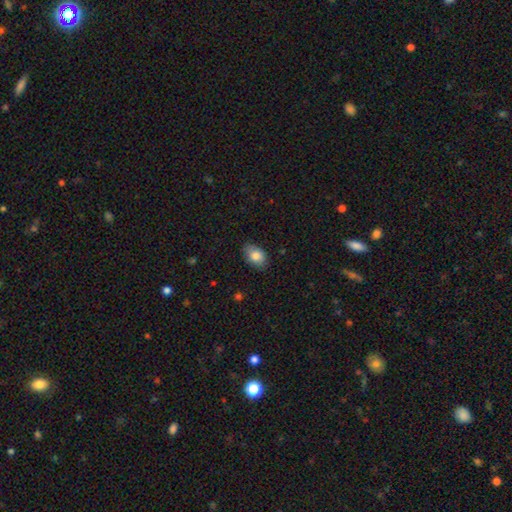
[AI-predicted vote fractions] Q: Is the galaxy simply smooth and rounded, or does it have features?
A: smooth — 84%.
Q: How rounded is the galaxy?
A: in between — 86%.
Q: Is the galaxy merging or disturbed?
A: none — 82%.